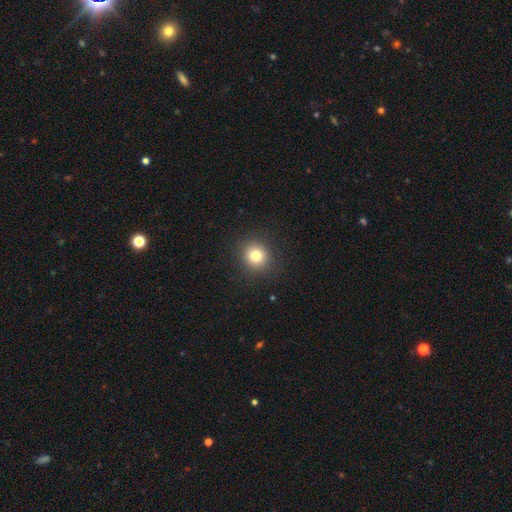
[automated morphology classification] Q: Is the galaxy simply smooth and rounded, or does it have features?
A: smooth — 80%.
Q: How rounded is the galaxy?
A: round — 88%.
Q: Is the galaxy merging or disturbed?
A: none — 89%.